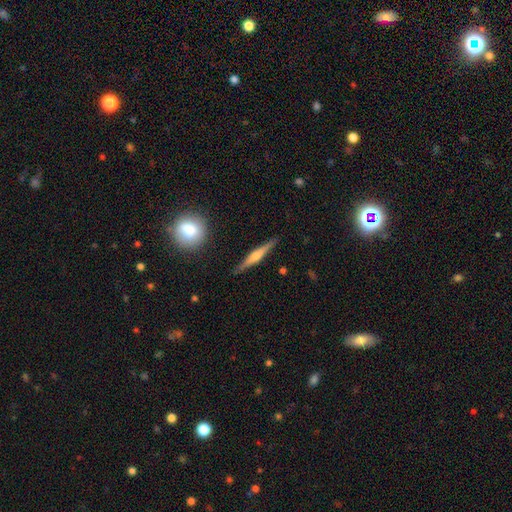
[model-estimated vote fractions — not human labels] The model was most divided on "smooth or featured": featured or disk: 69%, smooth: 25%, star or artifact: 6%. More confident: edge-on disk — yes (98%); merging — none (89%); edge-on bulge — rounded (85%).